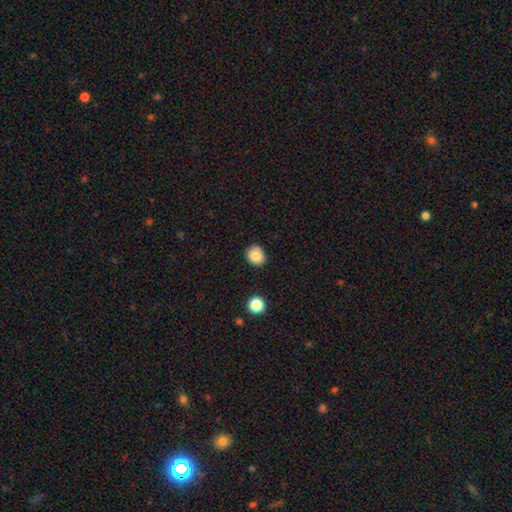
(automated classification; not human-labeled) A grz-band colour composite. It shows a smooth galaxy with no disk features (85%) that is round (72%). Merging: none (84%).